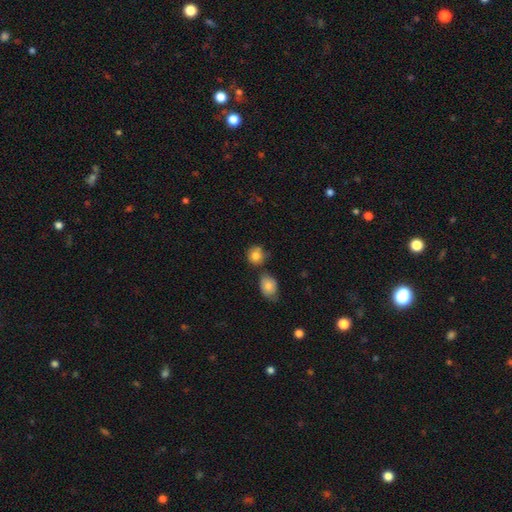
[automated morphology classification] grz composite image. It shows a smooth galaxy with no disk features (83%) that is round (81%). Merging: none (61%).